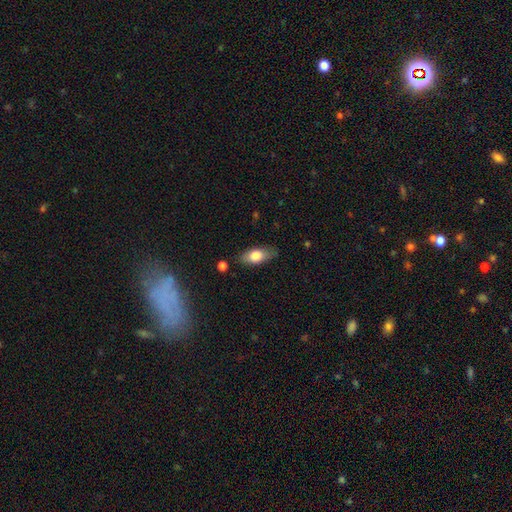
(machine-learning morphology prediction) Overall: smooth (73%). How rounded: in between (84%). Merging: none (80%).